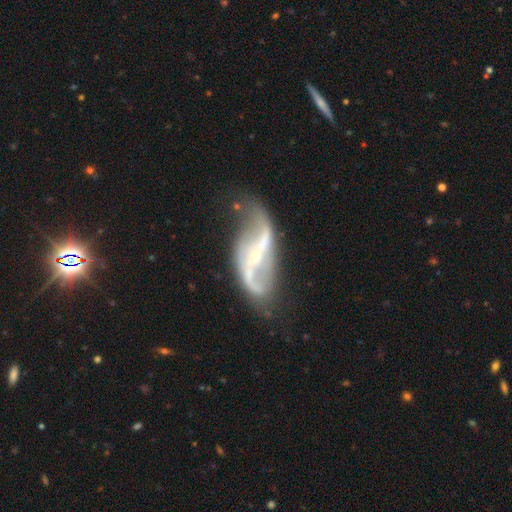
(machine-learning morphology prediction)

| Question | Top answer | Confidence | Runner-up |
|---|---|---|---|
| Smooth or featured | featured or disk | 87% | smooth (7%) |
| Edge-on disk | no | 94% | yes (6%) |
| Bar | strong | 42% | weak (33%) |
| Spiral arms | yes | 91% | no (9%) |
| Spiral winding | loose | 79% | medium (16%) |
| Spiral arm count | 2 | 90% | can't tell (4%) |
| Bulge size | small | 74% | moderate (19%) |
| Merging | none | 56% | minor disturbance (22%) |